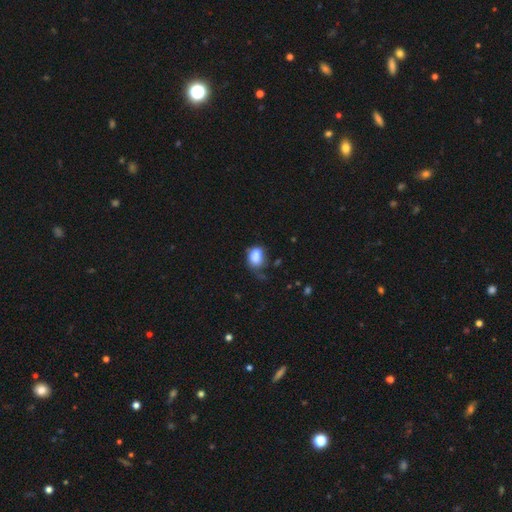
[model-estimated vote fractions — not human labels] Smooth or featured?
  - smooth: 81% *
  - featured or disk: 9%
  - star or artifact: 9%
How rounded?
  - in between: 62% *
  - round: 37%
  - cigar-shaped: 1%
Merging?
  - none: 39% *
  - minor disturbance: 35%
  - major disturbance: 18%
  - merger: 8%